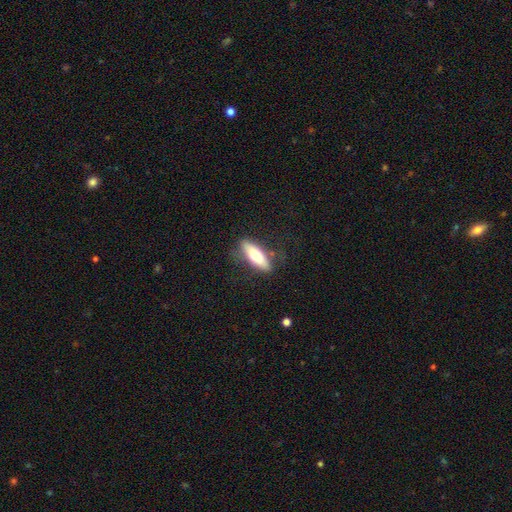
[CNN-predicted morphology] Smooth or featured? smooth (67%)
How rounded? in between (51%)
Merging? none (76%)